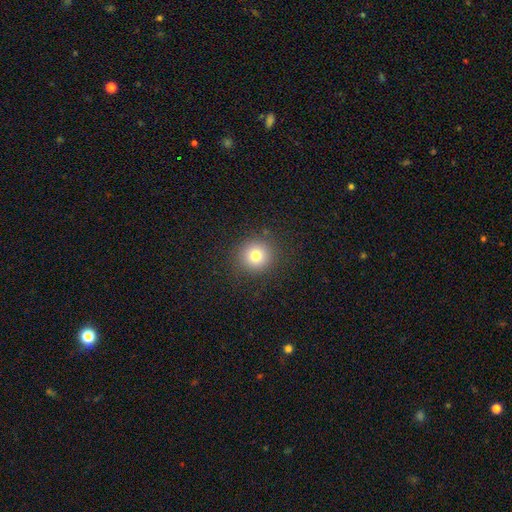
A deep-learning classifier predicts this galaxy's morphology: A smooth galaxy with no disk features (77%) that is round (93%). Merging: none (88%).